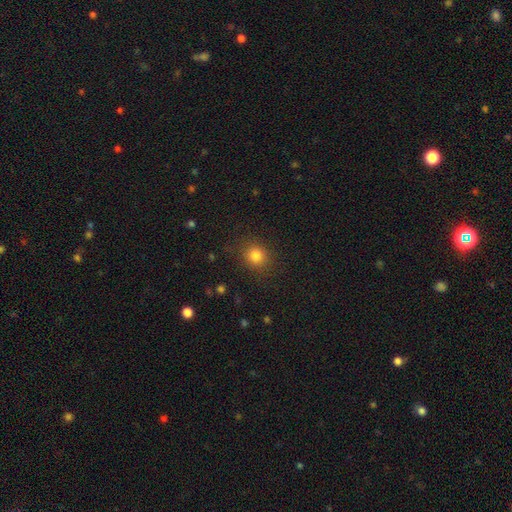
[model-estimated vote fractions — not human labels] Morphology: type=smooth (82%); roundness=round (82%); merging=none (86%).